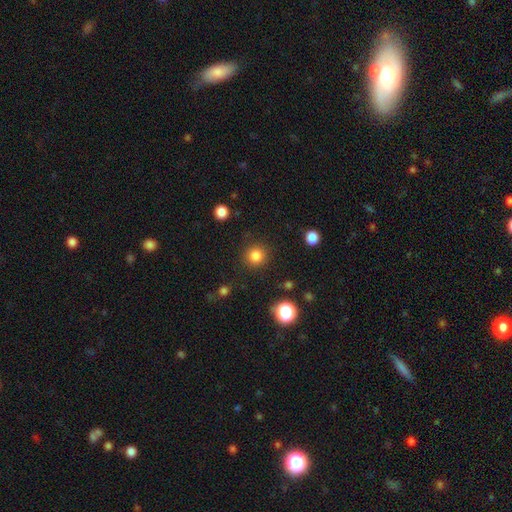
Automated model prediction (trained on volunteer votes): Overall: smooth (84%). How rounded: round (94%). Merging: none (89%).